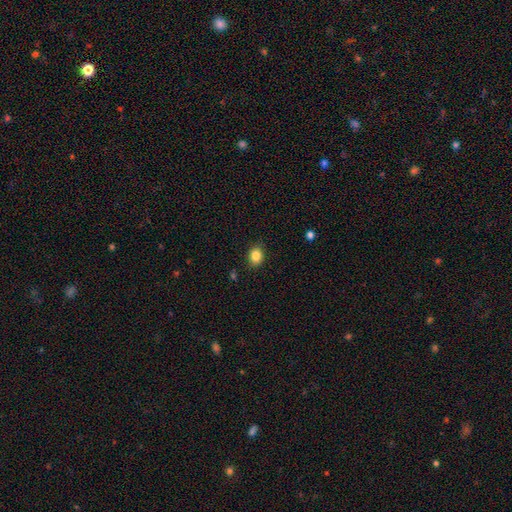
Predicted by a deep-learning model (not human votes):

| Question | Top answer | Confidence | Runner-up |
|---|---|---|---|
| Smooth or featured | smooth | 85% | star or artifact (10%) |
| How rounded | in between | 51% | round (48%) |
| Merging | none | 86% | minor disturbance (10%) |